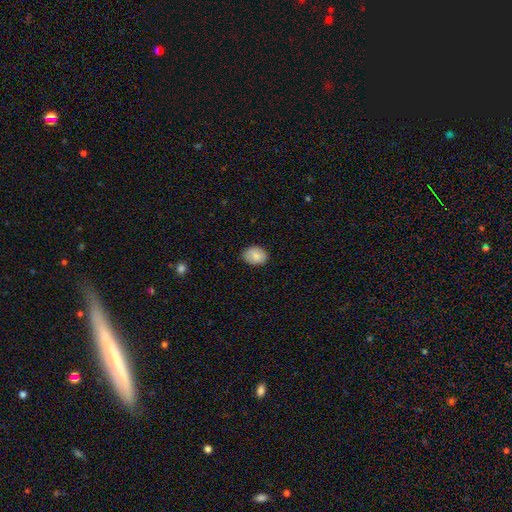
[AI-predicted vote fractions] A smooth galaxy with no disk features (84%) that is in between round and cigar-shaped (62%).

Vote fractions:
- Smooth or featured? smooth: 84% / featured or disk: 9% / star or artifact: 7%
- How rounded? in between: 62% / round: 38% / cigar-shaped: 1%
- Merging? none: 84% / minor disturbance: 13% / major disturbance: 2% / merger: 1%